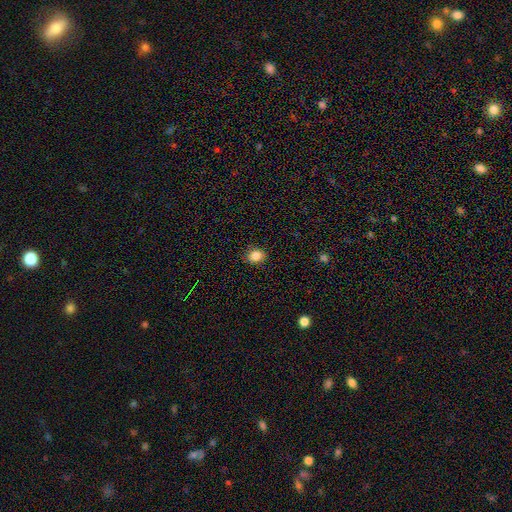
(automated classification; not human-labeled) A smooth galaxy with no disk features (84%) that is round (58%).

Vote fractions:
- Smooth or featured? smooth: 84% / star or artifact: 11% / featured or disk: 5%
- How rounded? round: 58% / in between: 41% / cigar-shaped: 1%
- Merging? none: 88% / minor disturbance: 9% / major disturbance: 2% / merger: 1%